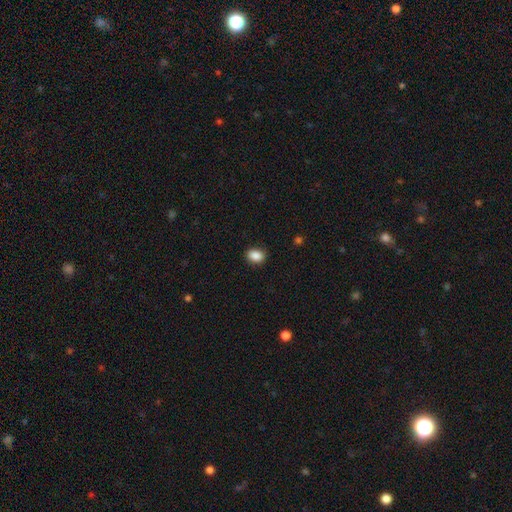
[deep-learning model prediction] Smooth or featured: smooth — 88% (star or artifact — 8%)
How rounded: in between — 67% (round — 32%)
Merging: none — 87% (minor disturbance — 9%)